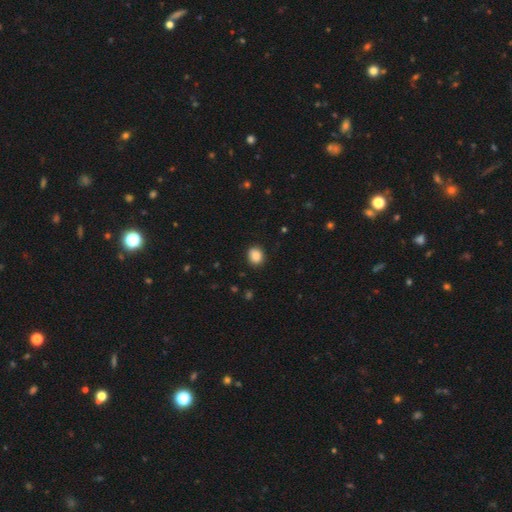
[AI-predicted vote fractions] A smooth galaxy with no disk features (88%) that is round (64%). Merging: none (90%).